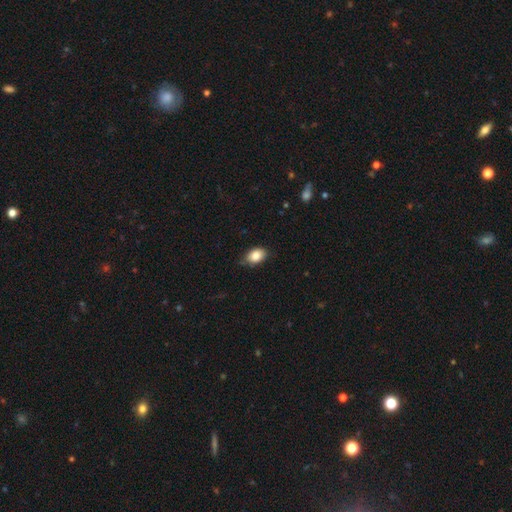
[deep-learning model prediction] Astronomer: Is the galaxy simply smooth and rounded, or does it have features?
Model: smooth — 85%.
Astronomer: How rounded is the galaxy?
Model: in between — 84%.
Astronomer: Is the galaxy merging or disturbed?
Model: none — 73%.